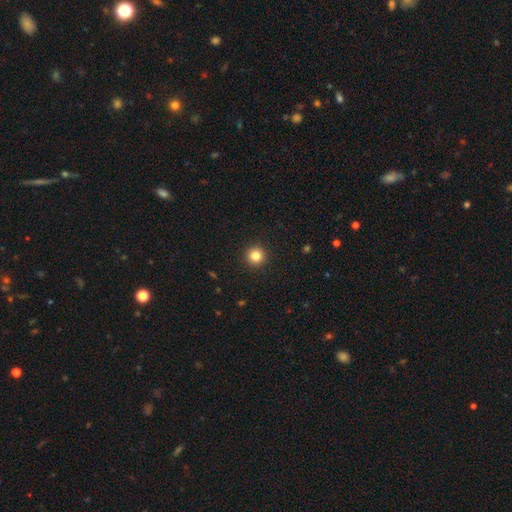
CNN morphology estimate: A smooth galaxy with no disk features (83%) that is round (96%).

Vote fractions:
- Smooth or featured? smooth: 83% / star or artifact: 11% / featured or disk: 5%
- How rounded? round: 96% / in between: 3% / cigar-shaped: 1%
- Merging? none: 93% / minor disturbance: 4% / major disturbance: 2% / merger: 1%